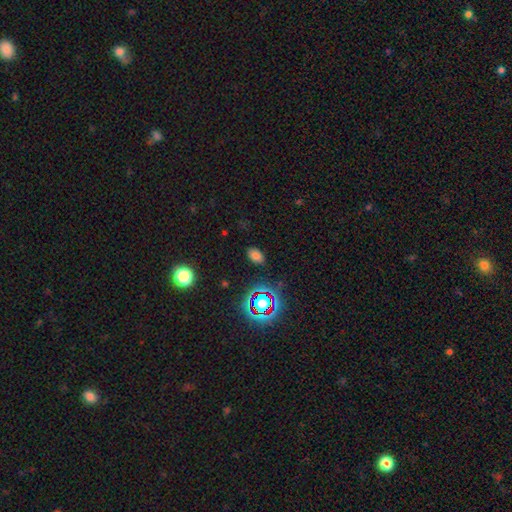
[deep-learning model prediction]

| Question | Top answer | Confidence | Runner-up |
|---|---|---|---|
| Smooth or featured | smooth | 71% | star or artifact (22%) |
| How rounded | in between | 88% | round (10%) |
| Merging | none | 85% | minor disturbance (10%) |